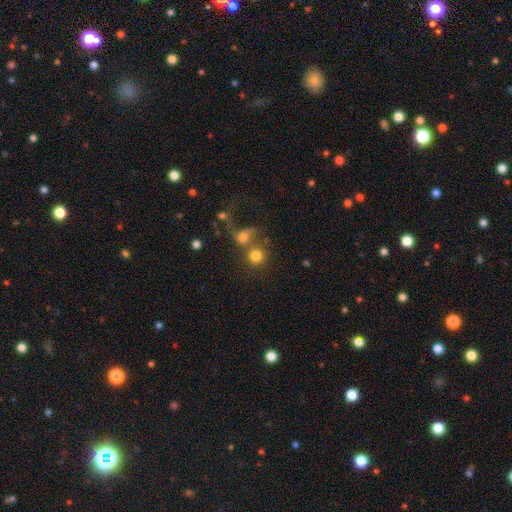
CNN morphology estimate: Smooth or featured? smooth (77%)
How rounded? round (87%)
Merging? none (45%)